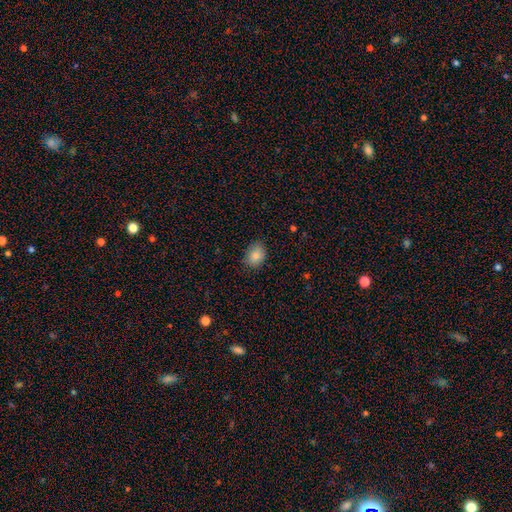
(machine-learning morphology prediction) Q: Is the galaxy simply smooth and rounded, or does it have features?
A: smooth — 85%.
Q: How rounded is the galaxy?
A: in between — 67%.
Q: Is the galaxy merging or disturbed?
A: none — 79%.